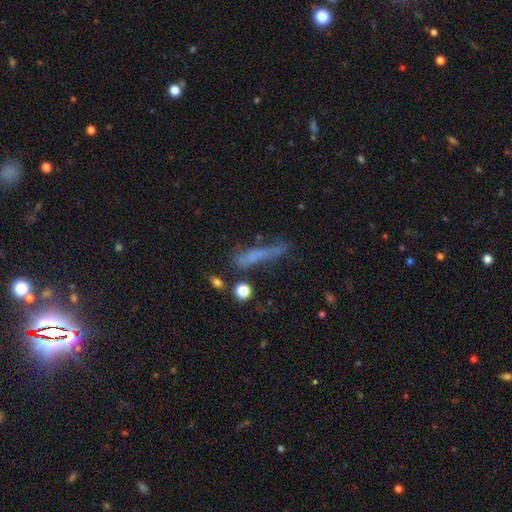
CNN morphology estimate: This is possibly a smooth galaxy (52%). How rounded: clearly cigar-shaped (86%). Merging: possibly none (51%).